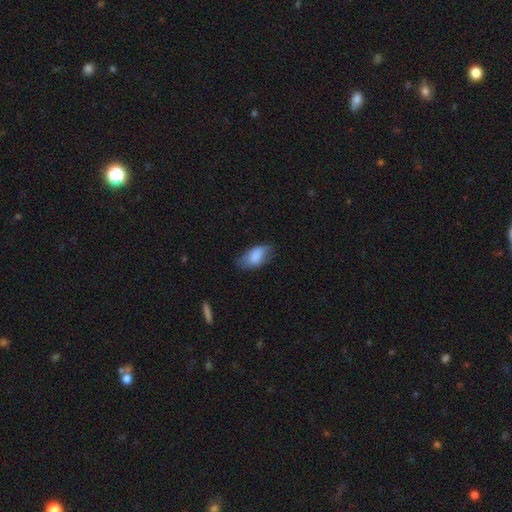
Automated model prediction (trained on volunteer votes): Smooth or featured? Predicted: smooth (p=0.81). How rounded? Predicted: in between (p=0.92). Merging? Predicted: none (p=0.55).